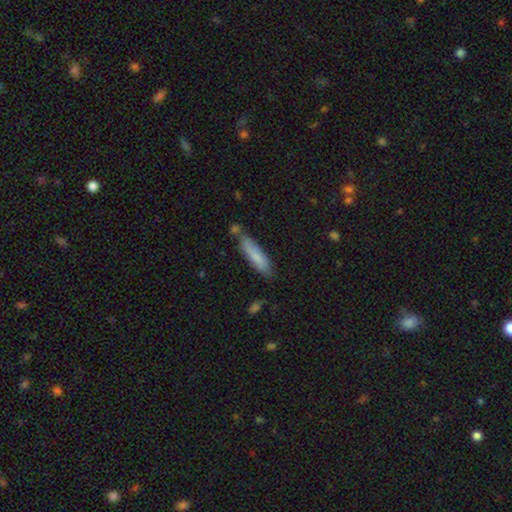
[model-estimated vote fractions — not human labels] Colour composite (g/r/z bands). It shows a smooth galaxy with no disk features (79%) that is cigar-shaped (74%). Merging: none (69%).